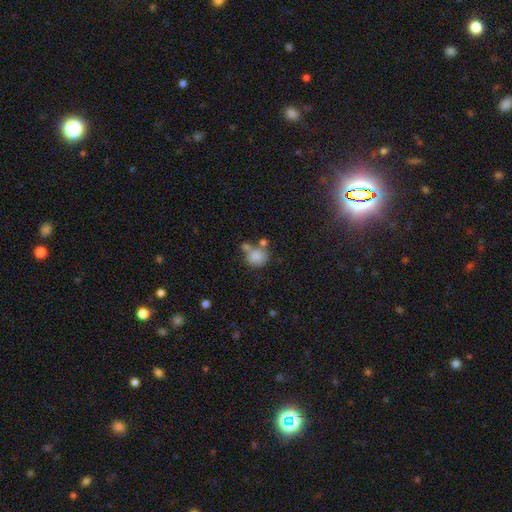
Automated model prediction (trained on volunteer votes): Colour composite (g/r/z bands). It shows a smooth galaxy with no disk features (81%) that is round (70%). Merging: none (49%).